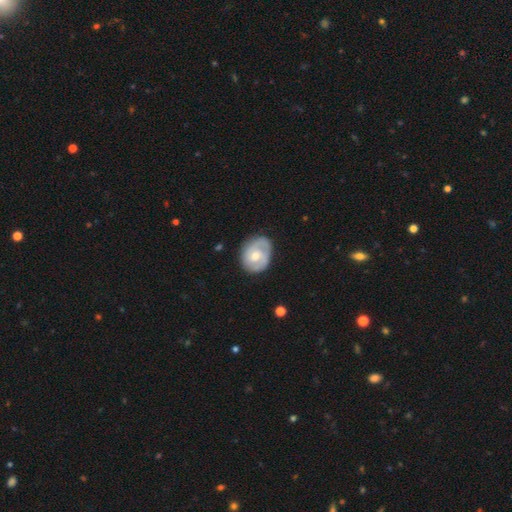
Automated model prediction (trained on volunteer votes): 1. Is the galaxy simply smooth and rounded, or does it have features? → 67% featured or disk, 28% smooth, 5% star or artifact.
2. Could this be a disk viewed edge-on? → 97% no, 3% yes.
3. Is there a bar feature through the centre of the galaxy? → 66% no, 30% weak, 5% strong.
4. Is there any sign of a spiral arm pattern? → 84% yes, 16% no.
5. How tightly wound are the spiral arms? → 53% tight, 35% medium, 13% loose.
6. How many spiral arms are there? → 49% 2, 25% can't tell, 11% 1, 10% 3, 2% 4, 2% more than 4.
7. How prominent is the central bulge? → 65% moderate, 30% small, 3% large, 1% none, 1% dominant.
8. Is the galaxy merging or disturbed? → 70% none, 22% minor disturbance, 6% major disturbance, 1% merger.